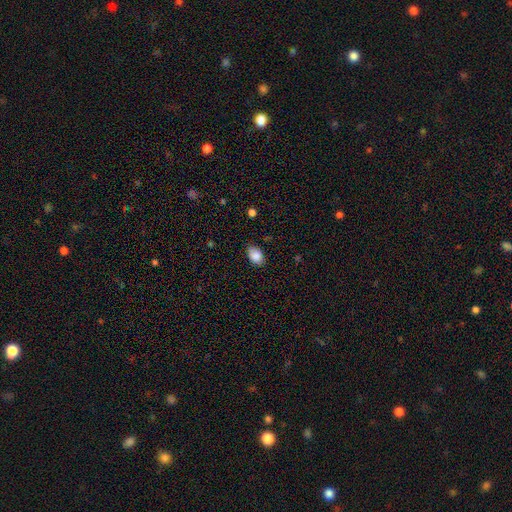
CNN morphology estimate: Overall: smooth (87%). How rounded: in between (87%). Merging: none (81%).